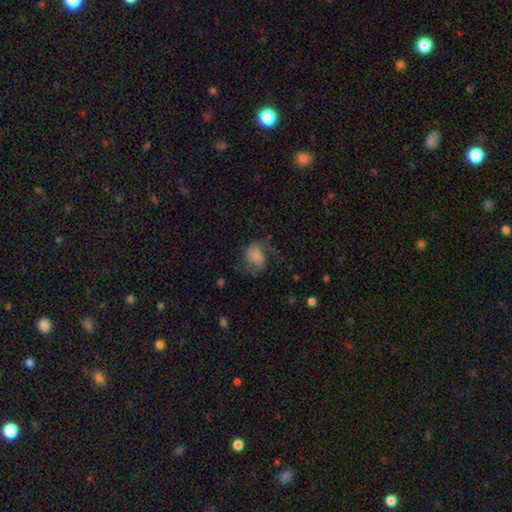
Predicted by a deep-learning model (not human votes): Smooth or featured? featured or disk (46%)
Merging? none (47%)